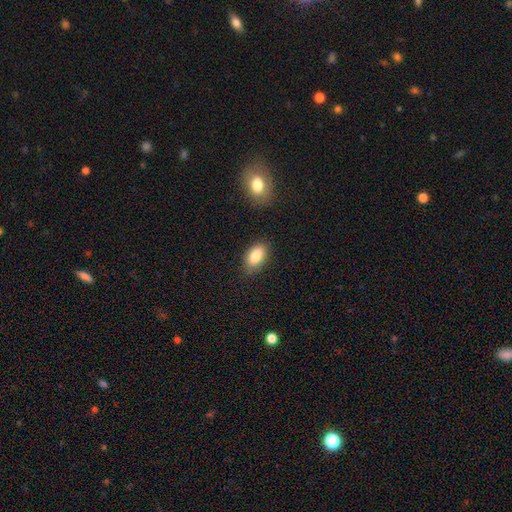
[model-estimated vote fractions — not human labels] Morphology: type=smooth (84%); roundness=in between (92%); merging=none (82%).